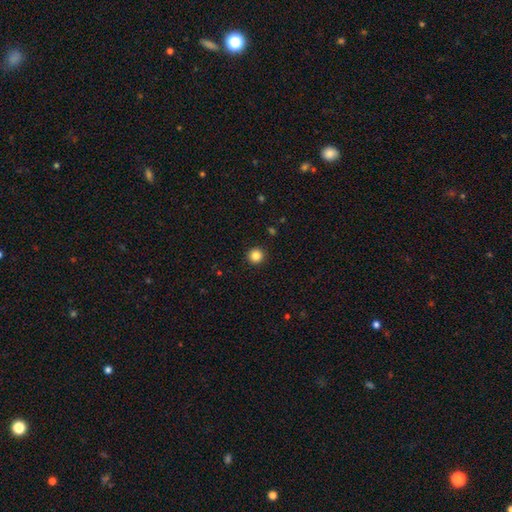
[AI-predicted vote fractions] Q: Smooth or featured?
A: smooth (85%); runner-up: star or artifact (11%)
Q: How rounded?
A: round (96%); runner-up: in between (3%)
Q: Merging?
A: none (93%); runner-up: minor disturbance (4%)